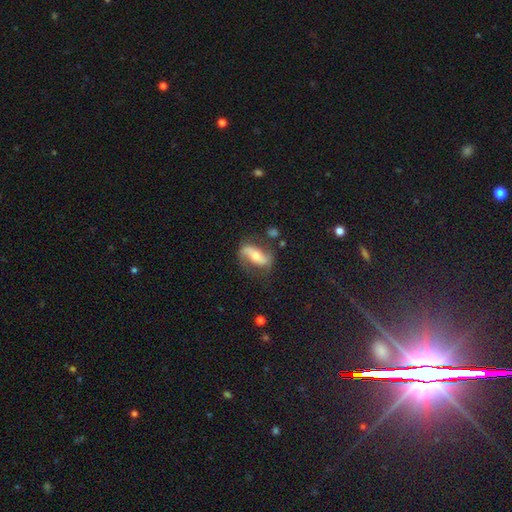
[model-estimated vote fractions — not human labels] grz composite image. It shows a featured or disk galaxy (60%). Merging: none (66%).